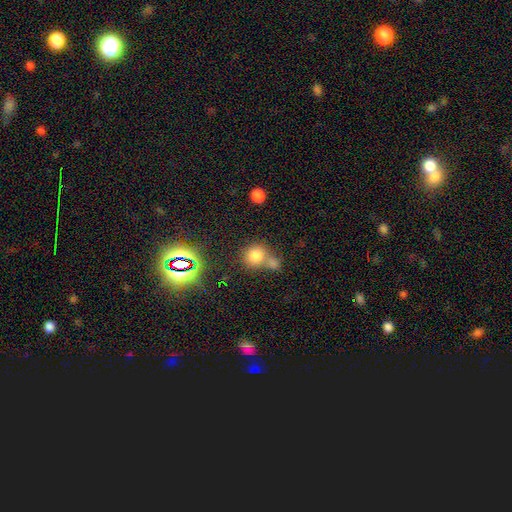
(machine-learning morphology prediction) The model was most divided on "merging": none: 45%, merger: 40%, minor disturbance: 9%, major disturbance: 5%. More confident: how rounded — round (82%); smooth or featured — smooth (76%).